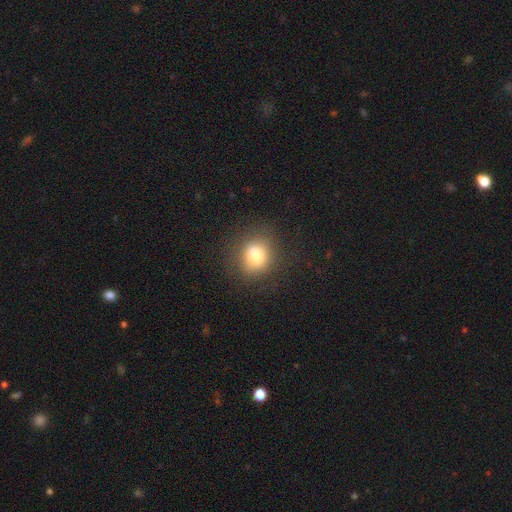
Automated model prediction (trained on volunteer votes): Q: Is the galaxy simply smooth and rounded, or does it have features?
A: smooth — 78%.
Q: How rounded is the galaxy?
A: round — 74%.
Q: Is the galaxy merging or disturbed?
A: none — 83%.